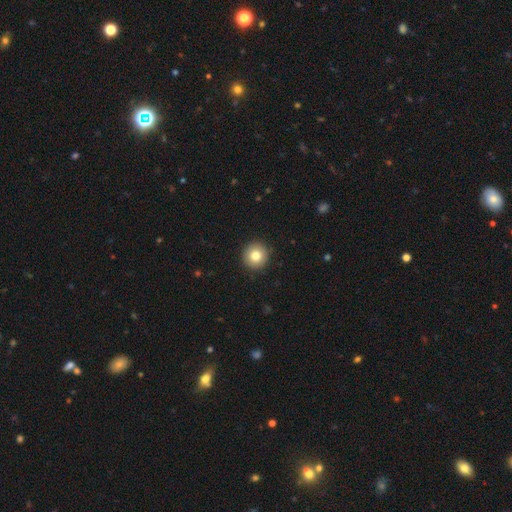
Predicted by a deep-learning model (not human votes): This is clearly a smooth galaxy (81%). How rounded: clearly round (95%). Merging: clearly none (92%).